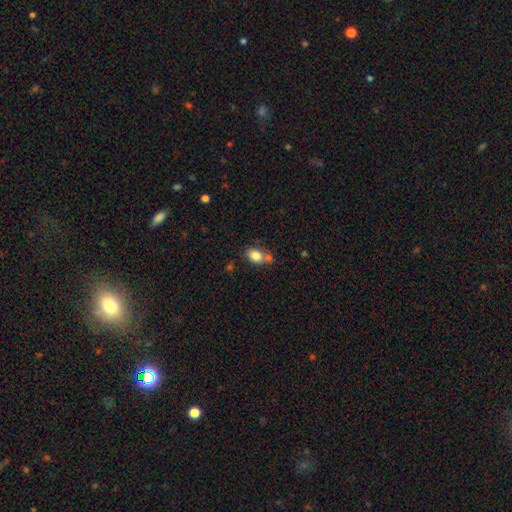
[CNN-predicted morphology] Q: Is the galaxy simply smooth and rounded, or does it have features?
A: smooth — 82%.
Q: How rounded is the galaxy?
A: in between — 71%.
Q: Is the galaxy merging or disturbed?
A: none — 51%.